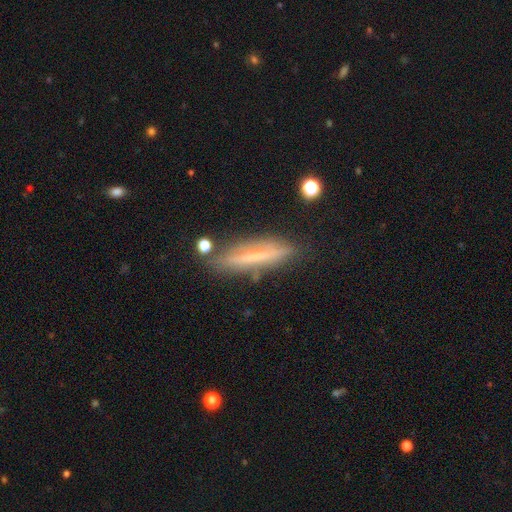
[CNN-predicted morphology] smooth-or-featured: featured or disk: 52% | smooth: 39% | star or artifact: 9%
  disk-edge-on: yes: 77% | no: 23%
  merging: none: 75% | minor disturbance: 16% | major disturbance: 5% | merger: 4%